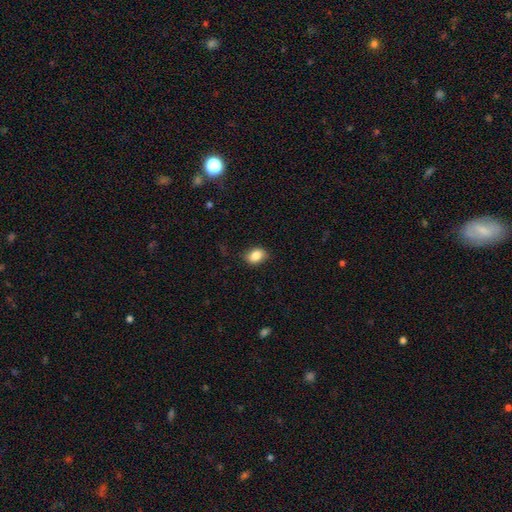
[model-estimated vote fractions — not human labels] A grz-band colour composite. It shows a smooth galaxy with no disk features (85%) that is in between round and cigar-shaped (71%). Merging: none (82%).